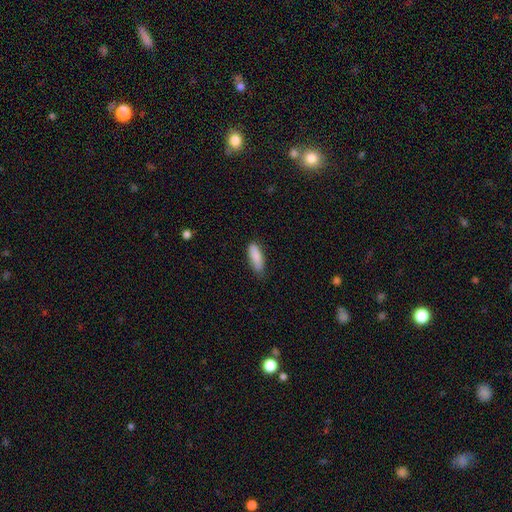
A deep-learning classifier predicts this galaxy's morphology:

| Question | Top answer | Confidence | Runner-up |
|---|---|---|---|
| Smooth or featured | smooth | 87% | featured or disk (6%) |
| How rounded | in between | 61% | cigar-shaped (38%) |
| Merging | none | 72% | minor disturbance (23%) |